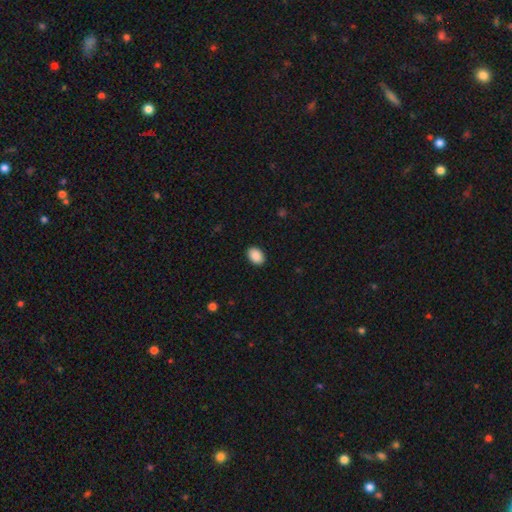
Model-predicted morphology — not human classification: Smooth or featured? smooth (90%)
How rounded? in between (81%)
Merging? none (90%)